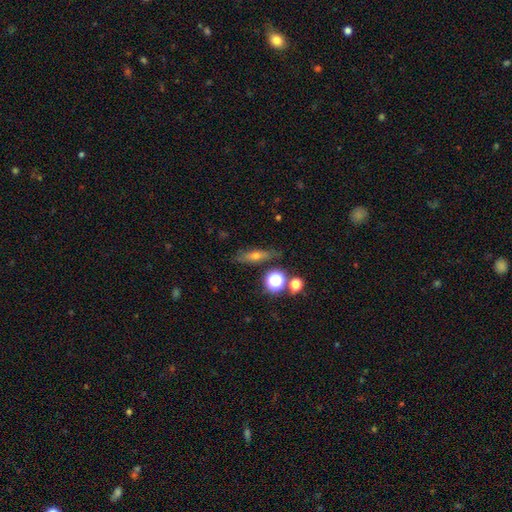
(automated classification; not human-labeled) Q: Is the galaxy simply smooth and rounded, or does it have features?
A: smooth — 45%.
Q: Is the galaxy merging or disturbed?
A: none — 75%.